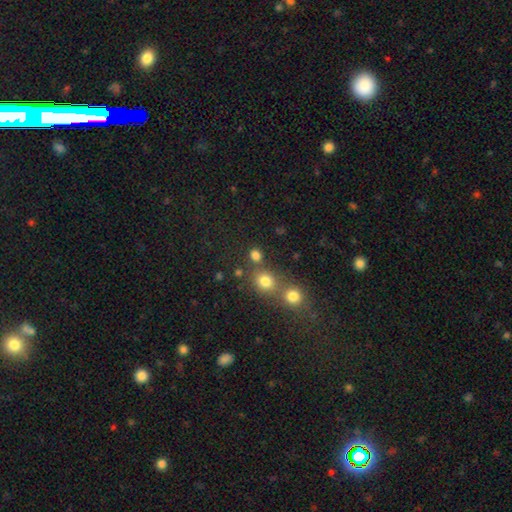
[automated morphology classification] A smooth galaxy with no disk features (79%) that is round (79%).

Vote fractions:
- Smooth or featured? smooth: 79% / star or artifact: 16% / featured or disk: 6%
- How rounded? round: 79% / in between: 20% / cigar-shaped: 1%
- Merging? none: 66% / merger: 22% / minor disturbance: 8% / major disturbance: 4%